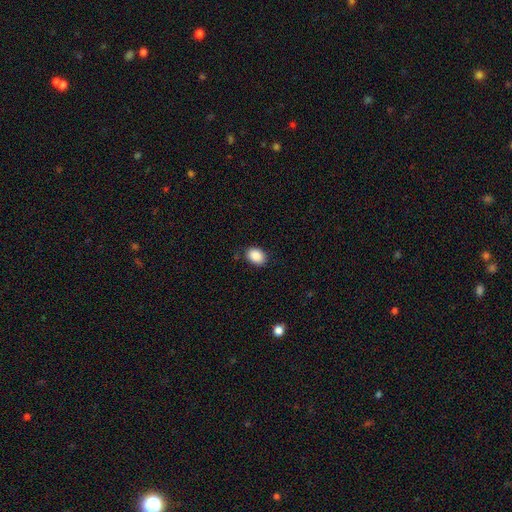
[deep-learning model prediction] Overall: smooth (89%). How rounded: in between (77%). Merging: none (84%).